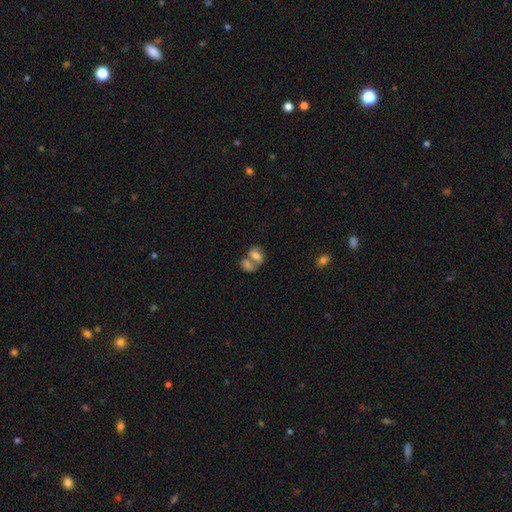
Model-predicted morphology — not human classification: smooth-or-featured: smooth: 66% | featured or disk: 24% | star or artifact: 10%
  how-rounded: in between: 73% | round: 25% | cigar-shaped: 2%
  merging: merger: 68% | none: 19% | minor disturbance: 7% | major disturbance: 5%